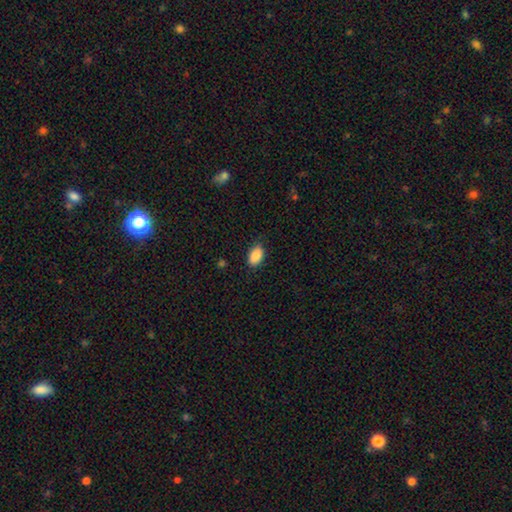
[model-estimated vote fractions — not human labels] The model was most divided on "merging": none: 83%, minor disturbance: 13%, major disturbance: 3%, merger: 1%. More confident: how rounded — in between (91%); smooth or featured — smooth (89%).